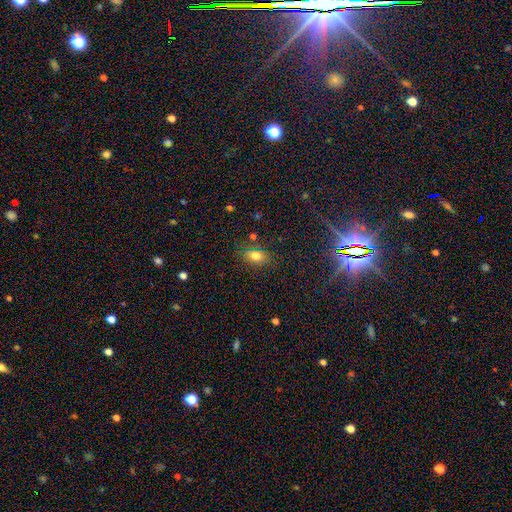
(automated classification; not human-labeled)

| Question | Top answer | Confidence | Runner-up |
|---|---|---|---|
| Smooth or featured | smooth | 76% | star or artifact (14%) |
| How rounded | in between | 80% | round (17%) |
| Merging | none | 81% | minor disturbance (13%) |